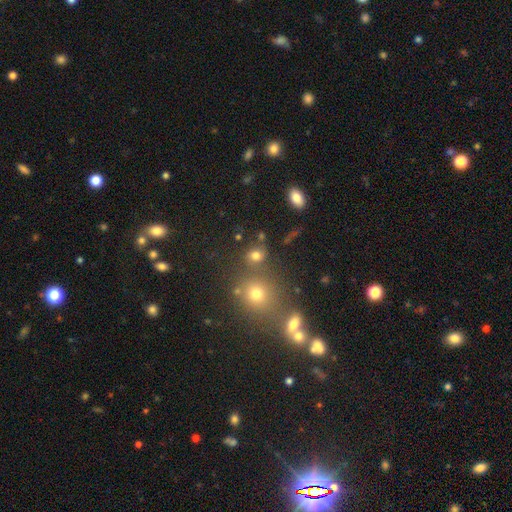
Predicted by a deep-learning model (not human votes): Overall: smooth (72%). How rounded: round (67%; in between 31%). Merging: none (67%).